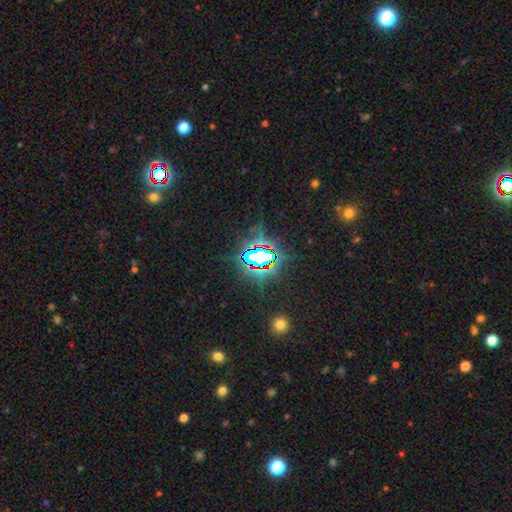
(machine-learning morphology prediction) This appears to be a star or artifact, not a galaxy (80%).